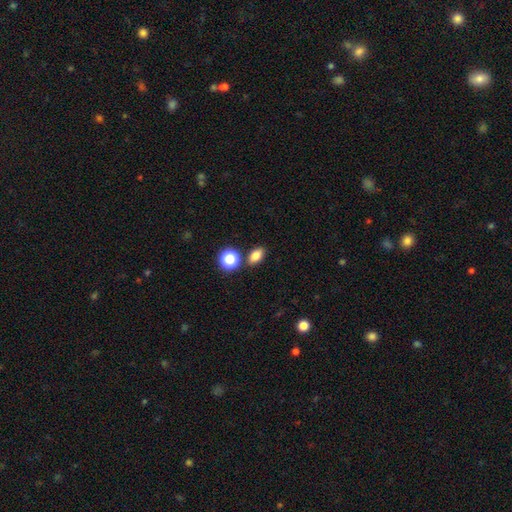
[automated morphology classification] smooth 80%, star or artifact 12%, featured or disk 7%. Down the decision tree: how rounded — in between (78%); merging — none (81%).